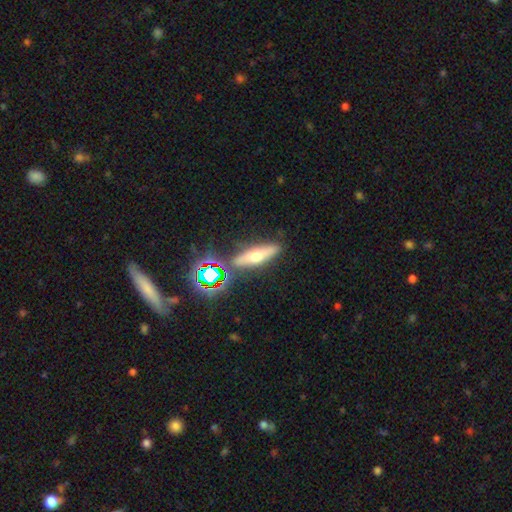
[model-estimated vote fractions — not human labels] This is marginally a featured or disk galaxy (41%). Merging: clearly none (83%).